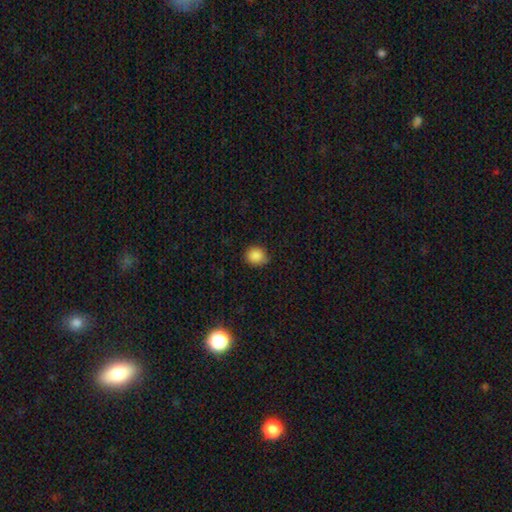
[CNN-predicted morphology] type=smooth (87%); roundness=round (75%); merging=none (76%).